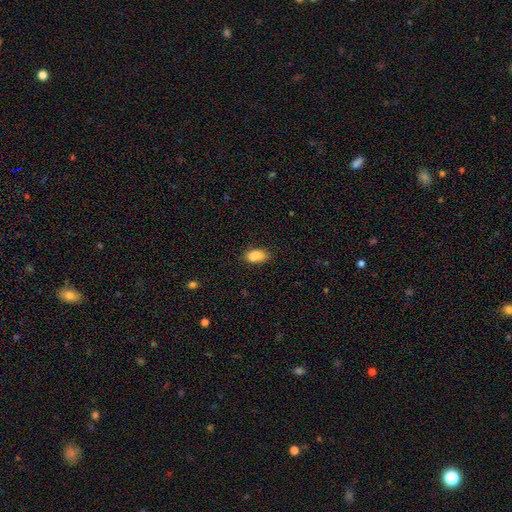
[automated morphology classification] Smooth or featured? Predicted: smooth (p=0.87). How rounded? Predicted: in between (p=0.91). Merging? Predicted: none (p=0.77).